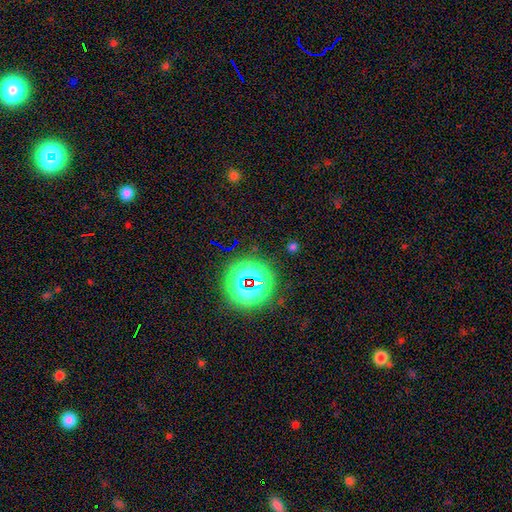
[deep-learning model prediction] star or artifact 81%, smooth 12%, featured or disk 7%.